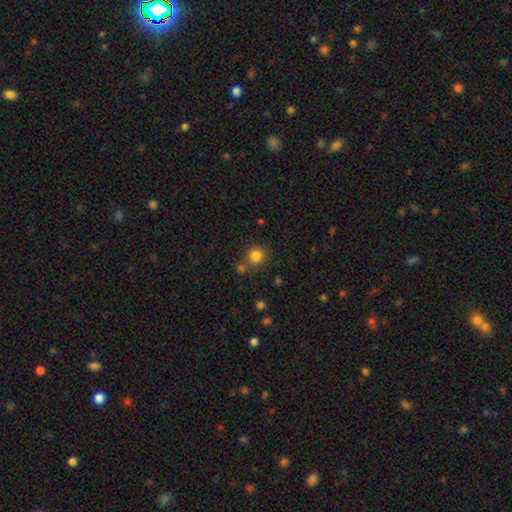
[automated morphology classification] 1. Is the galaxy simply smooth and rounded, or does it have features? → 82% smooth, 13% star or artifact, 5% featured or disk.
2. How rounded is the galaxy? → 90% round, 9% in between, 1% cigar-shaped.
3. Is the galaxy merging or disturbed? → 72% none, 13% merger, 10% minor disturbance, 4% major disturbance.